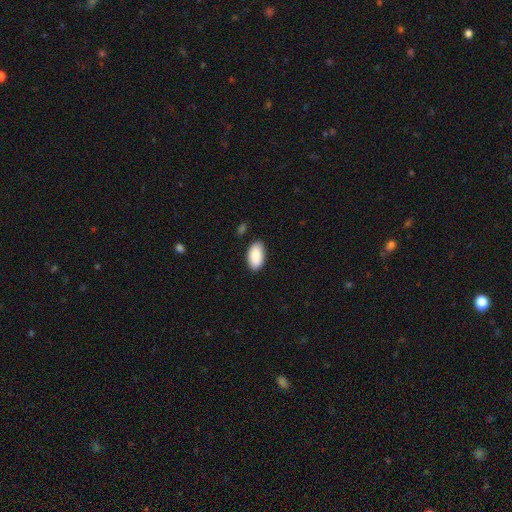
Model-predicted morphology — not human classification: This appears to be a smooth galaxy with no disk features (89%) that is in between round and cigar-shaped (95%). Merging: none (84%).